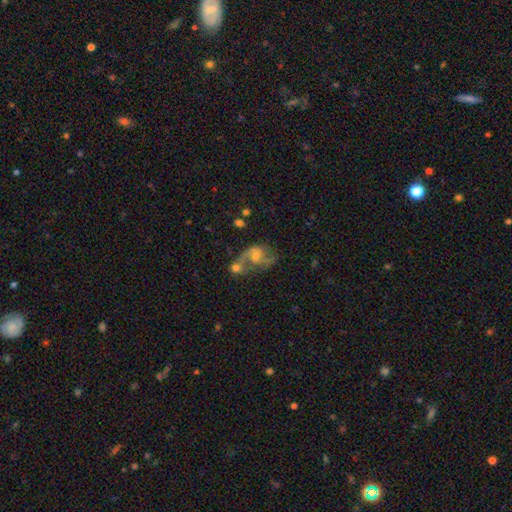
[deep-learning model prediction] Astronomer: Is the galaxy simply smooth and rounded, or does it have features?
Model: featured or disk — 77%.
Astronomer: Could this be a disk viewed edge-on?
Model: no — 97%.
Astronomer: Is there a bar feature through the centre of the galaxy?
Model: no — 49% (runner-up: weak, 42%).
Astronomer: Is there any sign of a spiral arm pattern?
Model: yes — 90%.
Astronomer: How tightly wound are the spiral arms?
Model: loose — 47% (runner-up: medium, 42%).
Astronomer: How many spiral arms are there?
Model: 2 — 83%.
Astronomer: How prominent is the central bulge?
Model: moderate — 46% (runner-up: small, 43%).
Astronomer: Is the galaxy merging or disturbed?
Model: none — 36% (runner-up: merger, 32%).